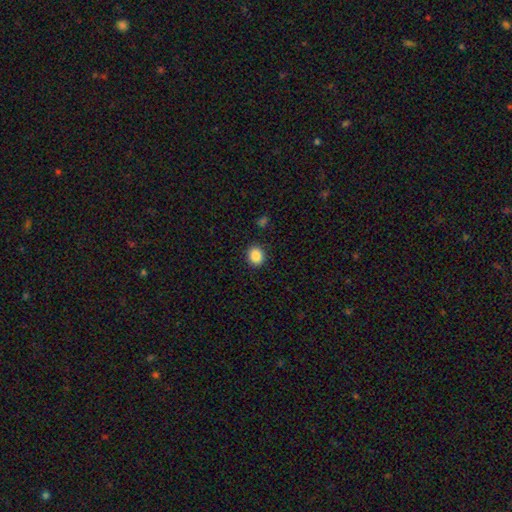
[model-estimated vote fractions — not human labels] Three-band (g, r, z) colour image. It shows a smooth galaxy with no disk features (88%) that is round (76%). Merging: none (90%).